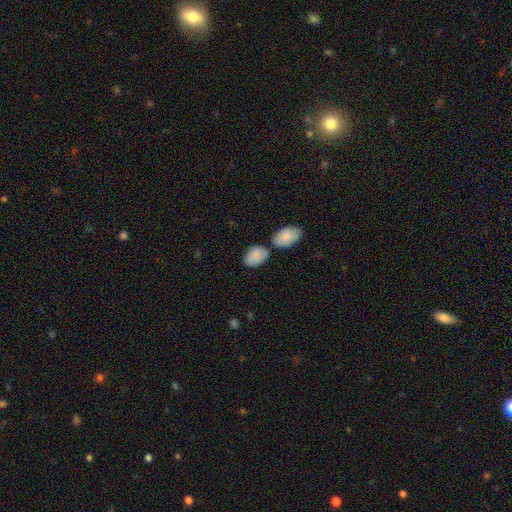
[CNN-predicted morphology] Smooth or featured? Predicted: smooth (p=0.87). How rounded? Predicted: in between (p=0.86). Merging? Predicted: none (p=0.55).